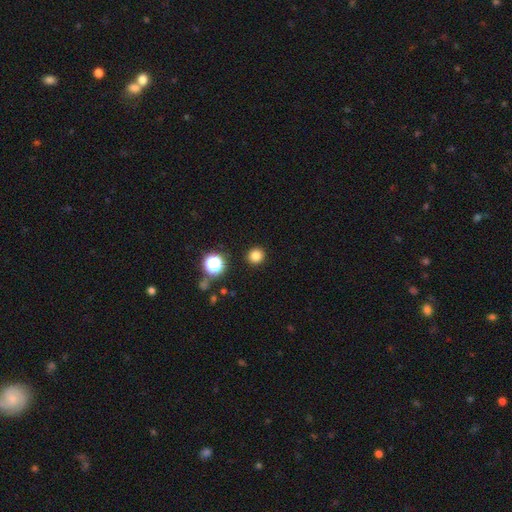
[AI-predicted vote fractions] Smooth or featured: smooth — 81% (star or artifact — 15%)
How rounded: round — 93% (in between — 6%)
Merging: none — 92% (minor disturbance — 5%)